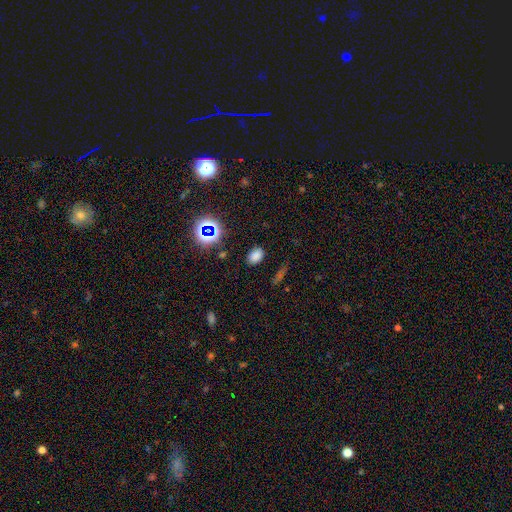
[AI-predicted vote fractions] Overall: smooth (73%). How rounded: in between (84%). Merging: none (84%).